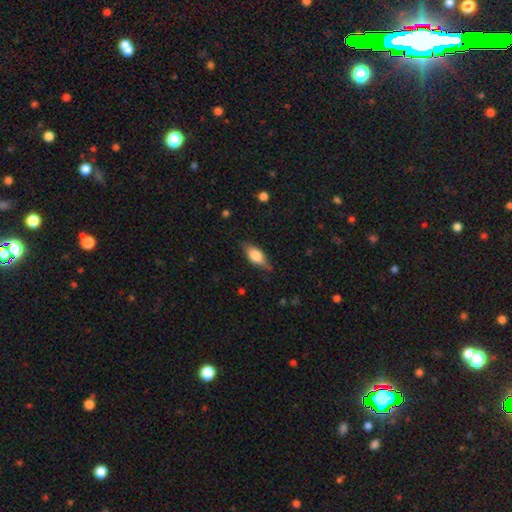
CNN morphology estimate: Q: Smooth or featured?
A: smooth (72%); runner-up: featured or disk (21%)
Q: How rounded?
A: in between (81%); runner-up: cigar-shaped (16%)
Q: Merging?
A: none (75%); runner-up: minor disturbance (20%)